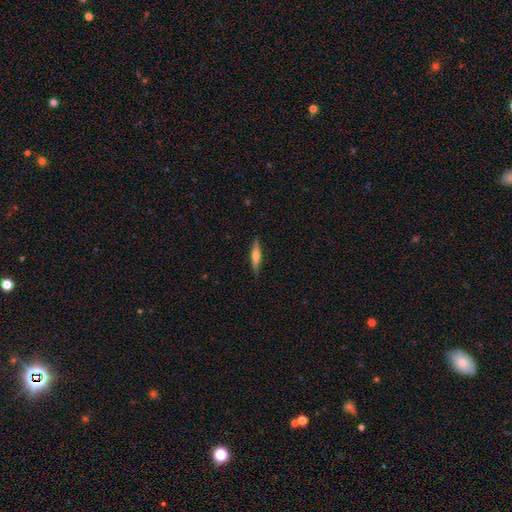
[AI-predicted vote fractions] A smooth galaxy with no disk features (48%).

Vote fractions:
- Smooth or featured? smooth: 48% / featured or disk: 46% / star or artifact: 6%
- Merging? none: 88% / minor disturbance: 9% / major disturbance: 2% / merger: 1%